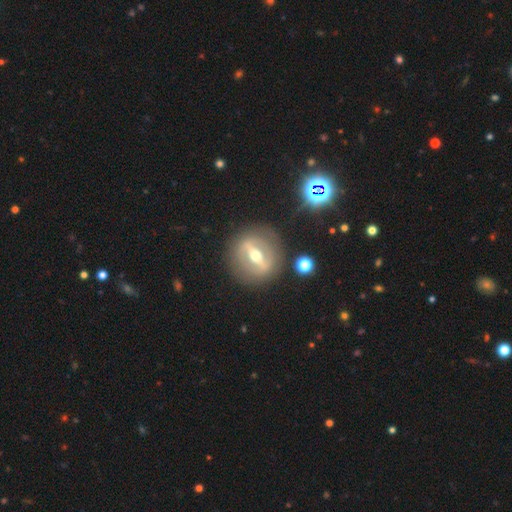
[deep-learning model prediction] Smooth or featured: featured or disk — 78% (smooth — 15%)
Edge-on disk: no — 67% (yes — 33%)
Bar: strong — 81% (weak — 13%)
Spiral arms: no — 79% (yes — 21%)
Bulge size: moderate — 75% (small — 15%)
Merging: none — 84% (minor disturbance — 9%)